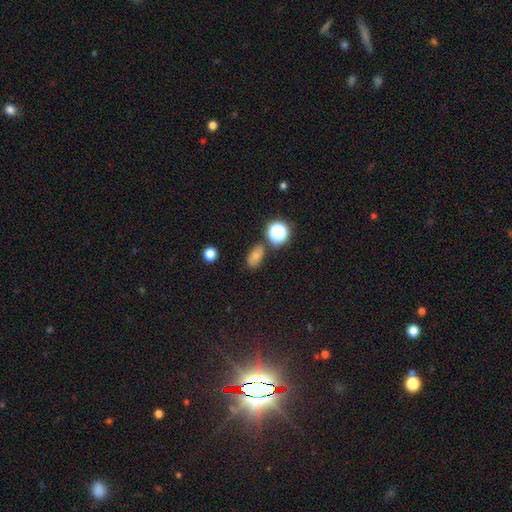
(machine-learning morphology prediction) The model was most divided on "smooth or featured": smooth: 73%, star or artifact: 18%, featured or disk: 9%. More confident: how rounded — in between (82%); merging — none (77%).